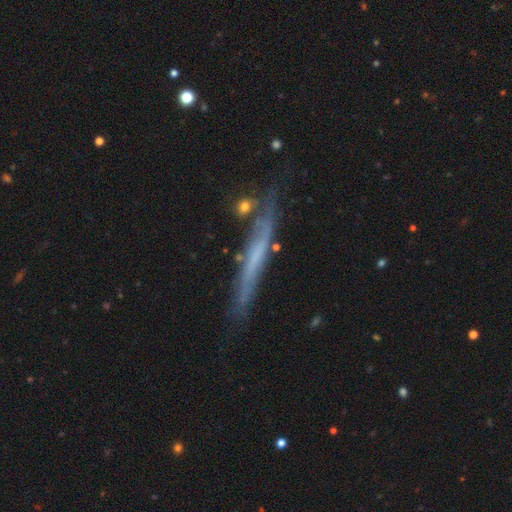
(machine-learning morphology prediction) featured or disk 58%, smooth 34%, star or artifact 8%. Down the decision tree: edge-on disk — yes (88%); edge-on bulge — none (85%); merging — none (72%).